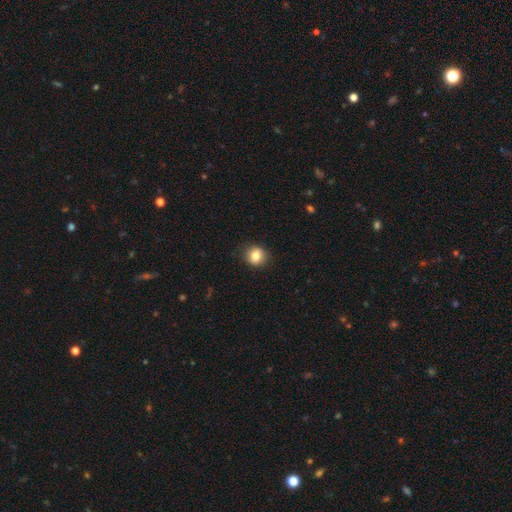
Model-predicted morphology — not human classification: type=smooth (83%); roundness=round (84%); merging=none (88%).